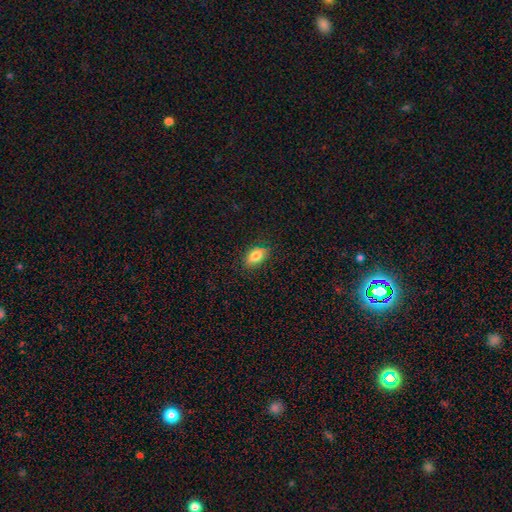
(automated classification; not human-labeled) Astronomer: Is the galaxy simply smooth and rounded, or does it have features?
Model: smooth — 81%.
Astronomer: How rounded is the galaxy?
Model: in between — 88%.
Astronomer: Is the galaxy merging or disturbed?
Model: none — 84%.